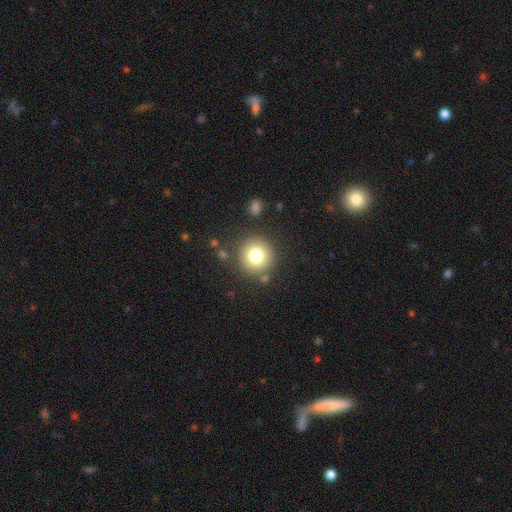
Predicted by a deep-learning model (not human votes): A smooth galaxy with no disk features (78%) that is round (94%). Merging: none (85%).